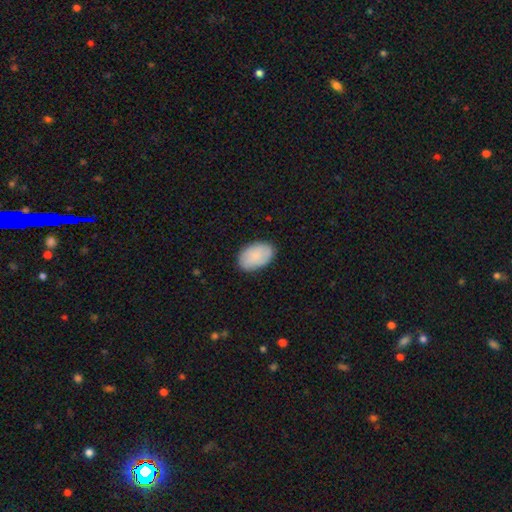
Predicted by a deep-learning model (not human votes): smooth-or-featured: smooth: 84% | featured or disk: 10% | star or artifact: 6%
  how-rounded: in between: 91% | round: 8% | cigar-shaped: 1%
  merging: none: 84% | minor disturbance: 13% | major disturbance: 2% | merger: 1%